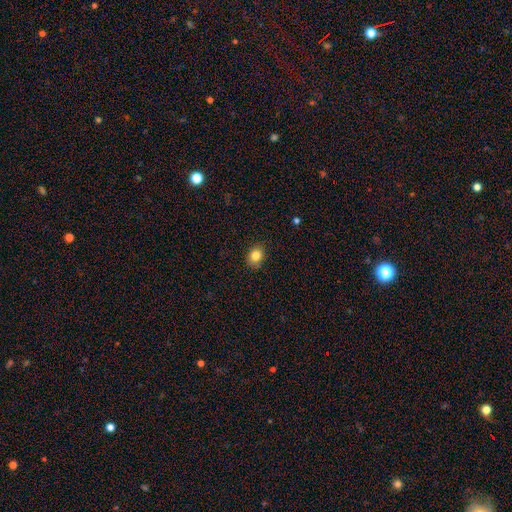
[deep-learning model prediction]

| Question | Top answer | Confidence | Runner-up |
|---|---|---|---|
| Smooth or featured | smooth | 83% | star or artifact (10%) |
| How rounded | in between | 52% | round (48%) |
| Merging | none | 86% | minor disturbance (11%) |